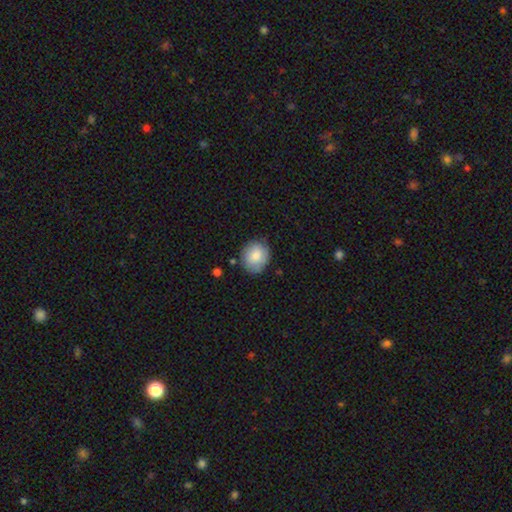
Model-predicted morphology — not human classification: This is clearly a smooth galaxy (81%). How rounded: likely round (76%). Merging: likely none (80%).